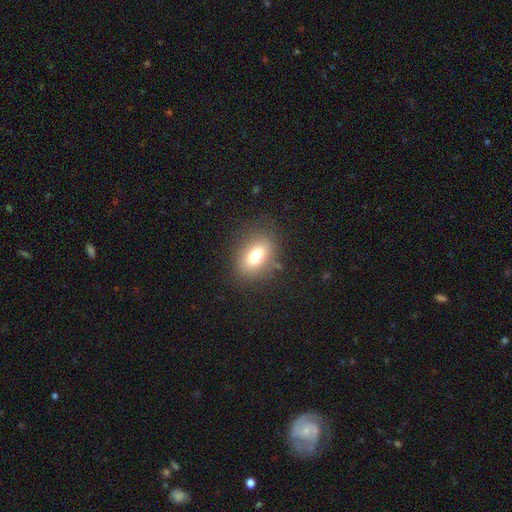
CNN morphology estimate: Overall: smooth (74%). How rounded: in between (72%). Merging: none (82%).